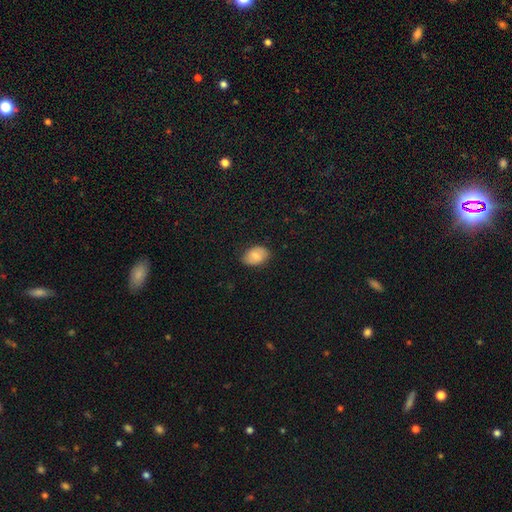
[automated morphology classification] Q: Smooth or featured?
A: smooth (76%); runner-up: featured or disk (16%)
Q: How rounded?
A: in between (87%); runner-up: round (12%)
Q: Merging?
A: none (82%); runner-up: minor disturbance (14%)